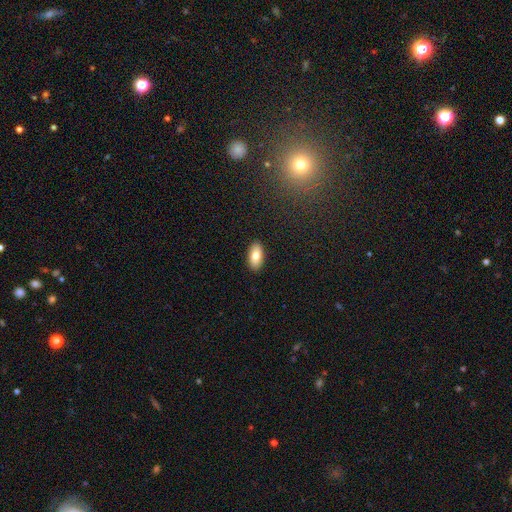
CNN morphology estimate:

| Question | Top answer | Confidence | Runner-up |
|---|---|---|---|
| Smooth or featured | smooth | 80% | featured or disk (13%) |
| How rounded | in between | 91% | cigar-shaped (6%) |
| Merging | none | 90% | minor disturbance (7%) |